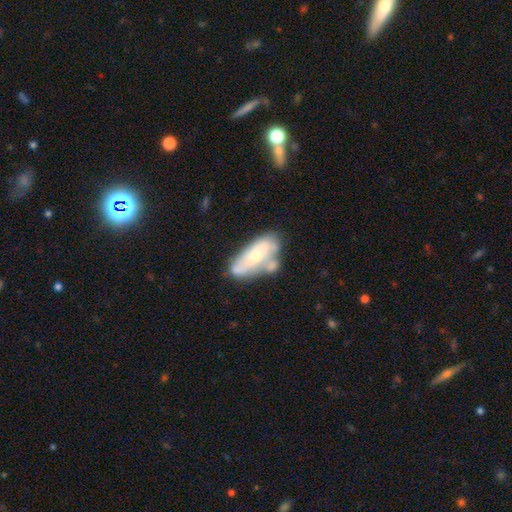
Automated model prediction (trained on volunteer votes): Q: Smooth or featured?
A: featured or disk (50%); runner-up: smooth (44%)
Q: Merging?
A: none (35%); runner-up: merger (32%)